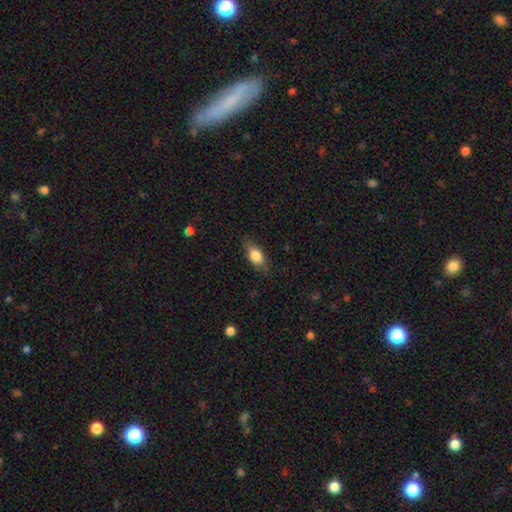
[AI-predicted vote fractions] A smooth galaxy with no disk features (80%) that is in between round and cigar-shaped (82%). Merging: none (76%).